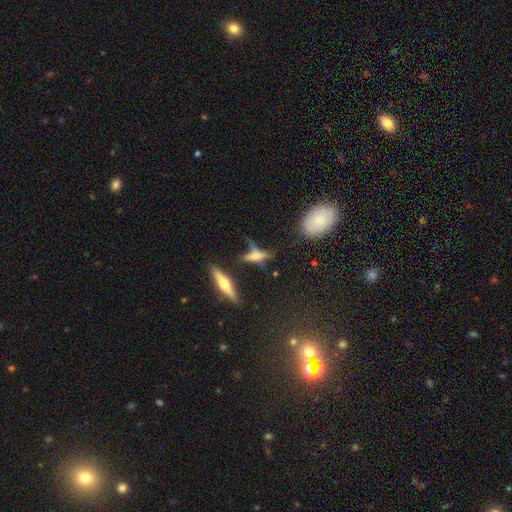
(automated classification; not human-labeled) A featured or disk galaxy (44%). Merging: none (49%).